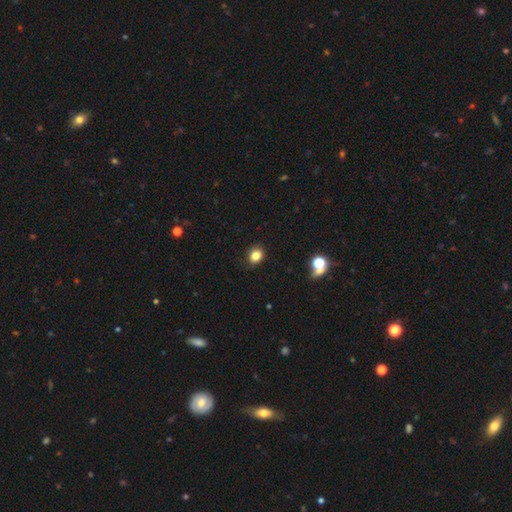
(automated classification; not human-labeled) The model was most divided on "how rounded": round: 58%, in between: 41%, cigar-shaped: 1%. More confident: merging — none (88%); smooth or featured — smooth (82%).